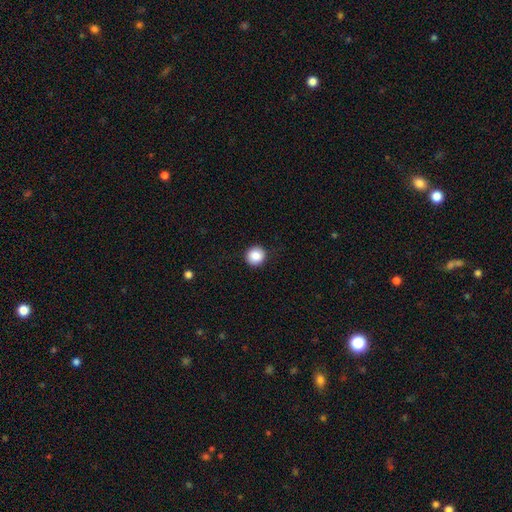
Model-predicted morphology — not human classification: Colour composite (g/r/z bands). It shows a smooth galaxy with no disk features (87%) that is round (93%). Merging: none (91%).